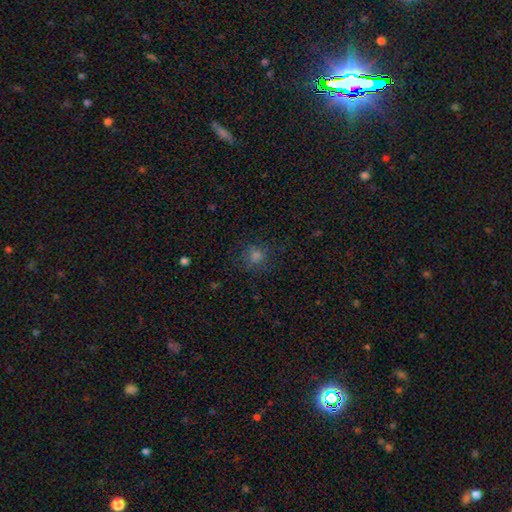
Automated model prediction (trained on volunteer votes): A smooth galaxy with no disk features (66%) that is round (90%).

Vote fractions:
- Smooth or featured? smooth: 66% / star or artifact: 26% / featured or disk: 8%
- How rounded? round: 90% / in between: 9% / cigar-shaped: 1%
- Merging? none: 83% / minor disturbance: 11% / major disturbance: 5% / merger: 1%